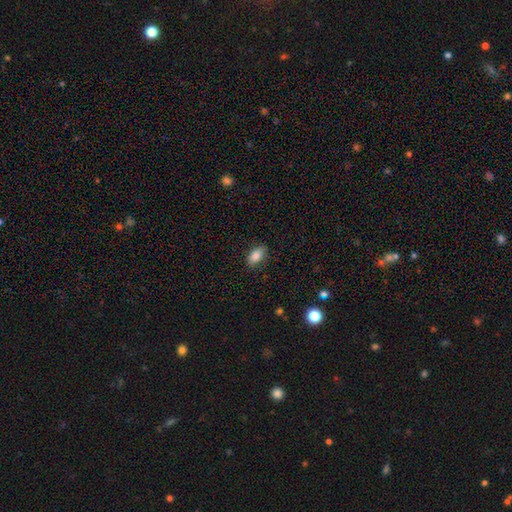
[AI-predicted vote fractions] This is clearly a smooth galaxy (85%). How rounded: clearly in between (90%). Merging: clearly none (86%).